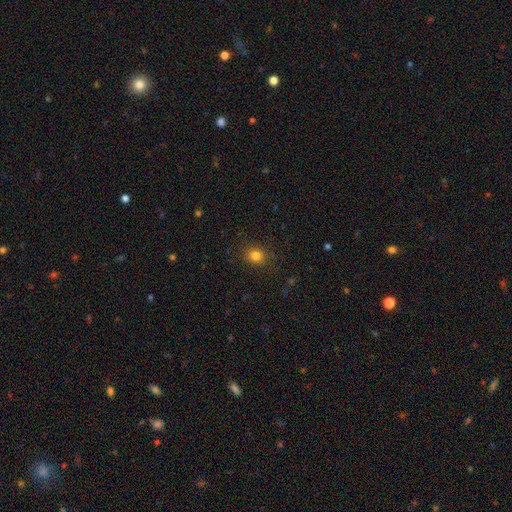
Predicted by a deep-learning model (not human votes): smooth_or_featured: smooth (p=0.81) [alt: star or artifact p=0.13]
how_rounded: round (p=0.68) [alt: in between p=0.31]
merging: none (p=0.88) [alt: minor disturbance p=0.08]